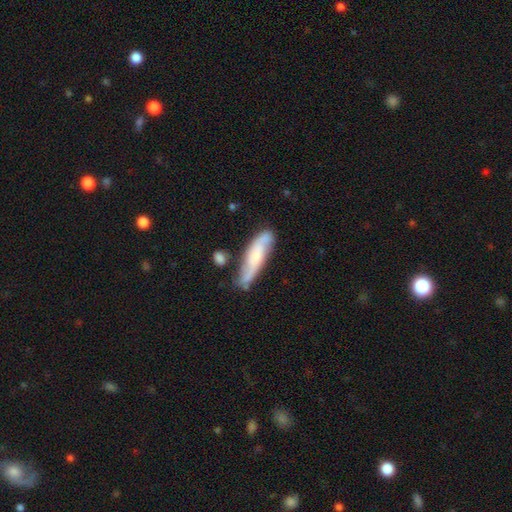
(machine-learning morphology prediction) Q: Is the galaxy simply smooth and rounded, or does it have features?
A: featured or disk — 59%.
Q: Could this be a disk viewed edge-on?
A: no — 73%.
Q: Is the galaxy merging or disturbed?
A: none — 65%.